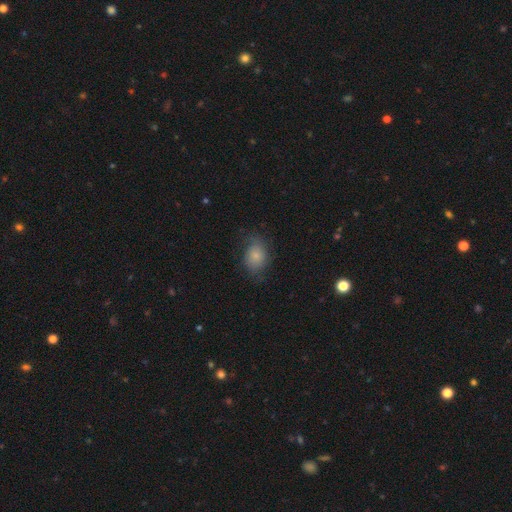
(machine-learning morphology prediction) Smooth or featured?
  - smooth: 78% *
  - featured or disk: 13%
  - star or artifact: 9%
How rounded?
  - in between: 69% *
  - round: 30%
  - cigar-shaped: 1%
Merging?
  - none: 63% *
  - minor disturbance: 25%
  - major disturbance: 10%
  - merger: 1%